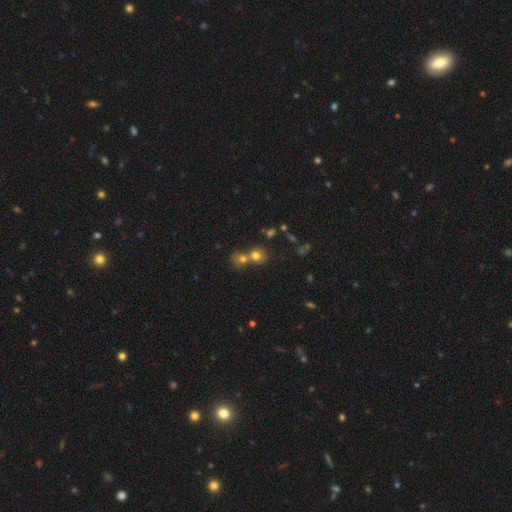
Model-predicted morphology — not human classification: This is likely a smooth galaxy (71%). How rounded: likely round (79%). Merging: possibly merger (52%).